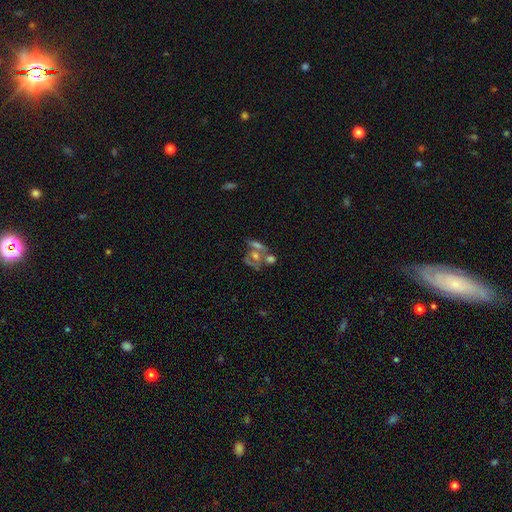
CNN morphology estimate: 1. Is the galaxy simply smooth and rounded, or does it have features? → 54% featured or disk, 29% smooth, 18% star or artifact.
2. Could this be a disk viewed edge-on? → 93% no, 7% yes.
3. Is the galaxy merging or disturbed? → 47% merger, 28% none, 13% major disturbance, 11% minor disturbance.